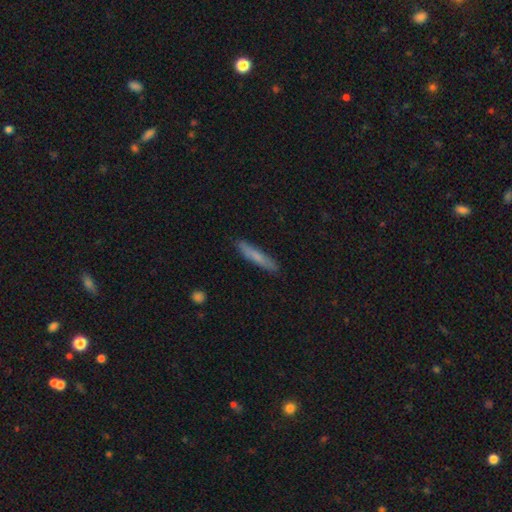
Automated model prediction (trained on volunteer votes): This appears to be a smooth galaxy with no disk features (70%) that is cigar-shaped (92%). Merging: none (88%).